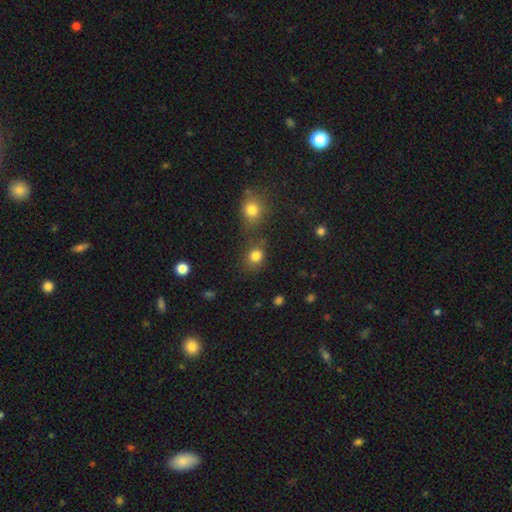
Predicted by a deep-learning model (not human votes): A smooth galaxy with no disk features (81%) that is round (69%). Merging: none (63%).